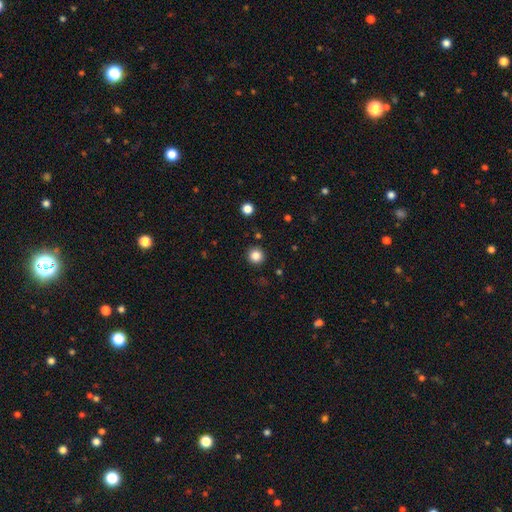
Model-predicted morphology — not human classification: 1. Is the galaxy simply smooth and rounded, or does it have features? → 84% smooth, 12% star or artifact, 4% featured or disk.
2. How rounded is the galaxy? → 95% round, 4% in between, 1% cigar-shaped.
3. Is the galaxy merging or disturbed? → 91% none, 6% minor disturbance, 2% major disturbance, 2% merger.